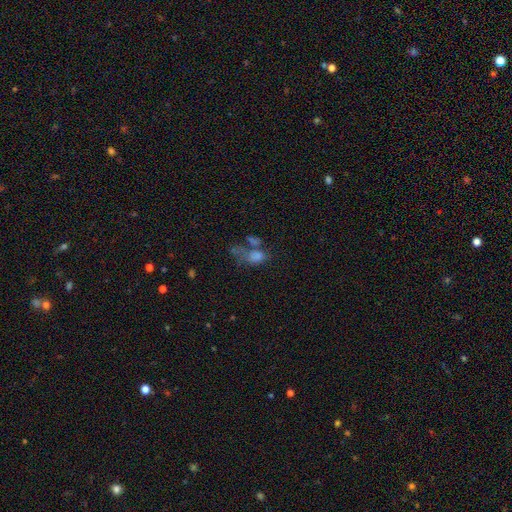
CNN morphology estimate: type=smooth (53%); roundness=in between (76%); merging=merger (32%).